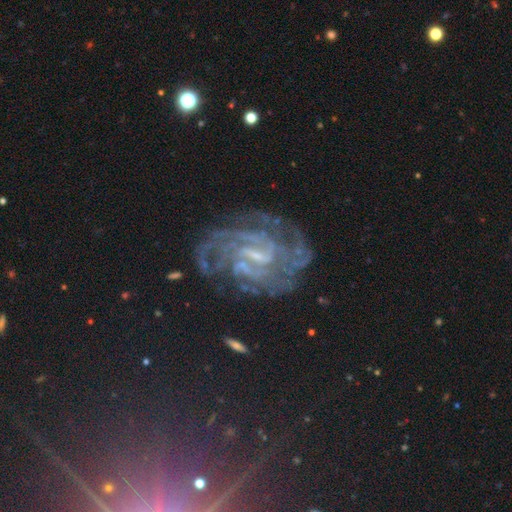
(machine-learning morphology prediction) The model was most divided on "spiral arm count": can't tell: 31%, 3: 17%, 2: 17%, 4: 15%, more than 4: 11%, 1: 9%. More confident: edge-on disk — no (97%); spiral arms — yes (95%); smooth or featured — featured or disk (78%); merging — none (71%); spiral winding — tight (64%); bulge size — small (55%); bar — weak (50%).